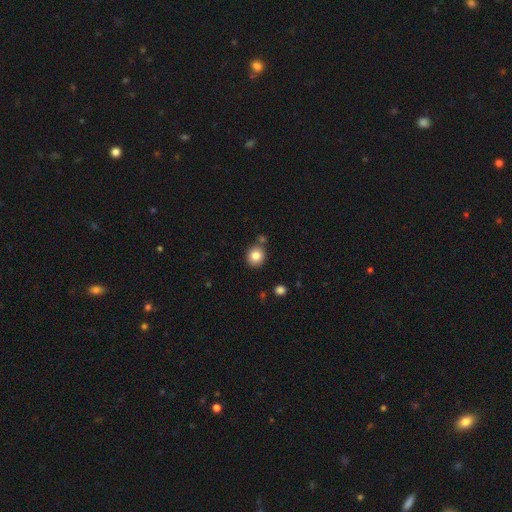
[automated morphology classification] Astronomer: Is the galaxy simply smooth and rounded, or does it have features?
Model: smooth — 82%.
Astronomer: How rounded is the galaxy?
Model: round — 85%.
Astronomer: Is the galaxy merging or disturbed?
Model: none — 77%.